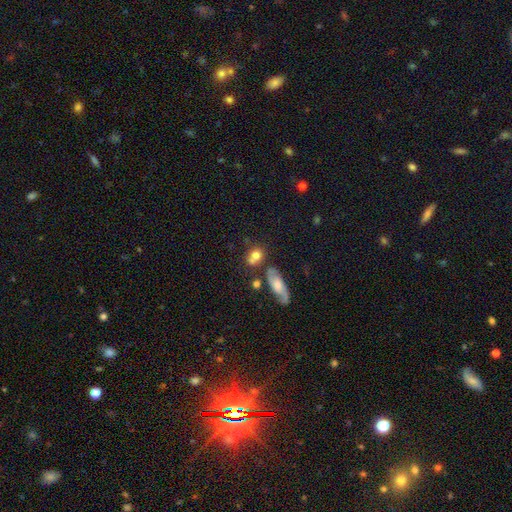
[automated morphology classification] This is likely a smooth galaxy (72%). How rounded: likely round (61%). Merging: possibly none (47%).